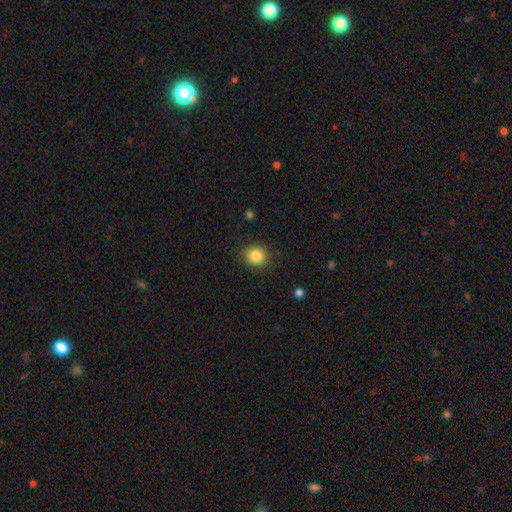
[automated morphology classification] Overall: smooth (85%). How rounded: round (86%). Merging: none (89%).